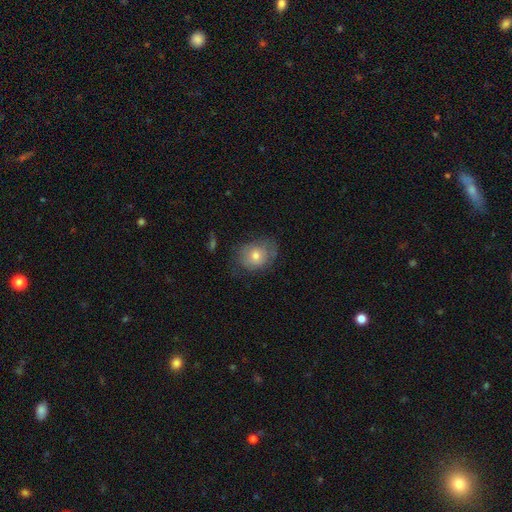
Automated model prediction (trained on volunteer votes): smooth 65%, featured or disk 27%, star or artifact 8%. Down the decision tree: how rounded — round (50%); merging — none (60%).